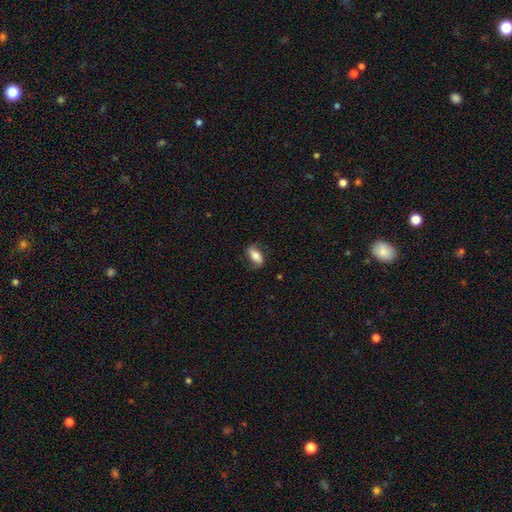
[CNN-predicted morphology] Smooth or featured? smooth (63%)
How rounded? in between (85%)
Merging? none (71%)